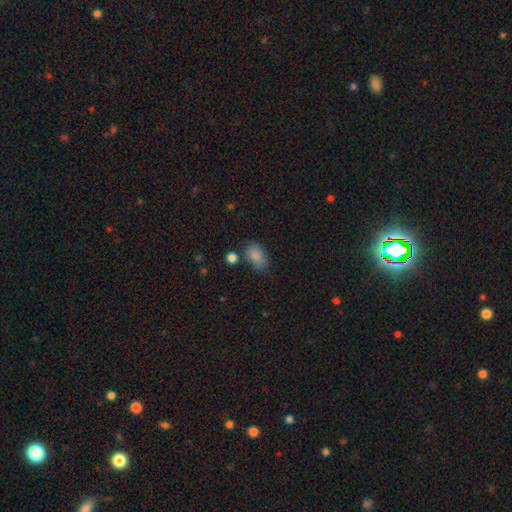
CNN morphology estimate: Smooth or featured? Predicted: smooth (p=0.85). How rounded? Predicted: in between (p=0.85). Merging? Predicted: none (p=0.64).